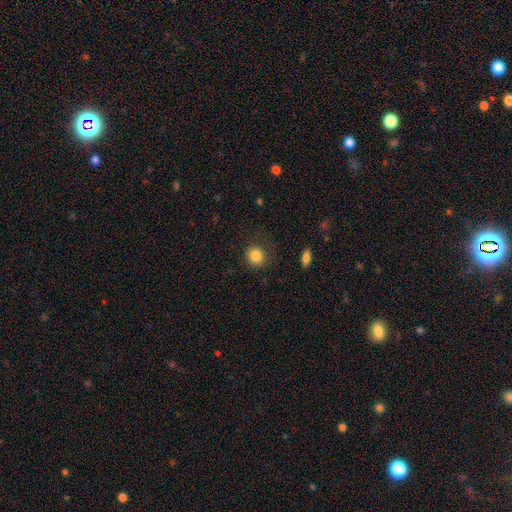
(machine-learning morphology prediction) Smooth or featured: smooth — 85% (star or artifact — 10%)
How rounded: round — 86% (in between — 13%)
Merging: none — 84% (minor disturbance — 10%)